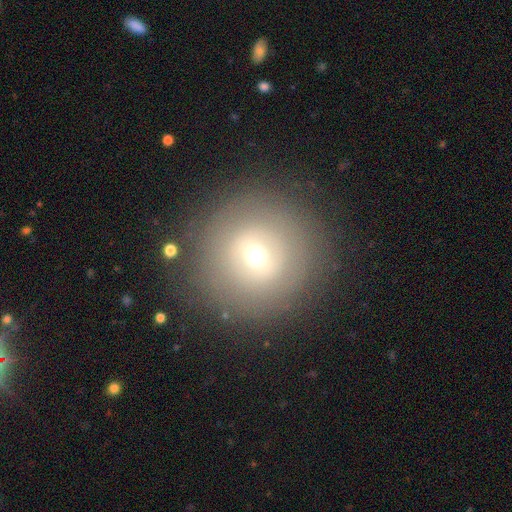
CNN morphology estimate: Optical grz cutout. It shows a smooth galaxy with no disk features (56%) that is round (95%). Merging: none (87%).